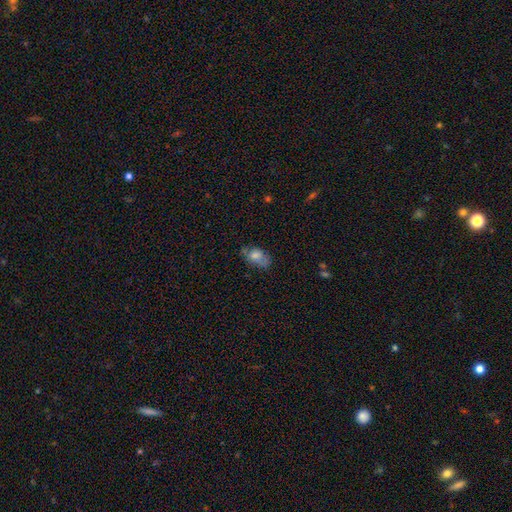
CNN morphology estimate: This appears to be a smooth galaxy with no disk features (72%) that is in between round and cigar-shaped (88%). Merging: none (47%).